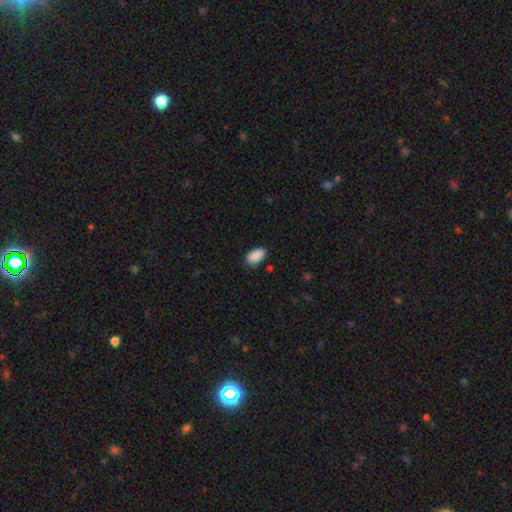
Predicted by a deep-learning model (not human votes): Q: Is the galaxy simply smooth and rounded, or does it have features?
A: smooth — 90%.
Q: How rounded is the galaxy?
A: in between — 94%.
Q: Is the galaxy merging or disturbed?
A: none — 81%.